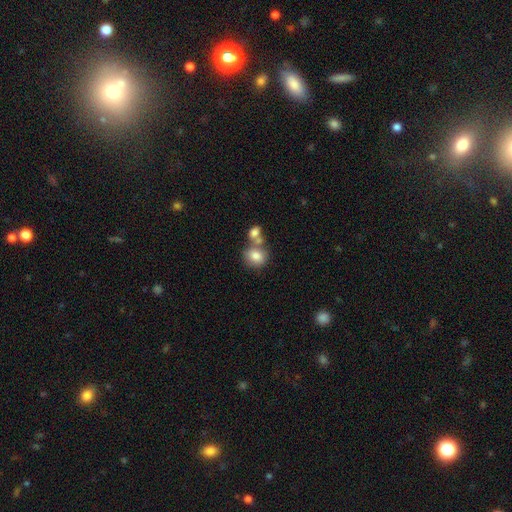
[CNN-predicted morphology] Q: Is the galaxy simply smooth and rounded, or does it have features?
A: smooth — 79%.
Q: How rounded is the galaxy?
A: round — 68%.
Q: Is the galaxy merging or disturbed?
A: none — 45%.